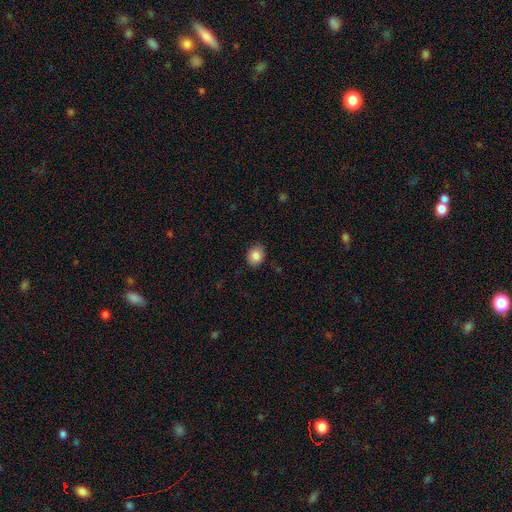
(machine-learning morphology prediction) Smooth or featured: smooth — 86% (star or artifact — 9%)
How rounded: round — 50% (in between — 49%)
Merging: none — 87% (minor disturbance — 10%)